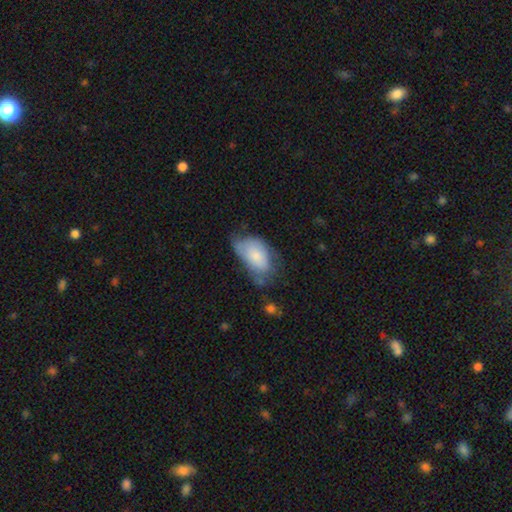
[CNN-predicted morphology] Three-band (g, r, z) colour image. It shows a smooth galaxy with no disk features (74%) that is in between round and cigar-shaped (93%). Merging: minor disturbance (42%).